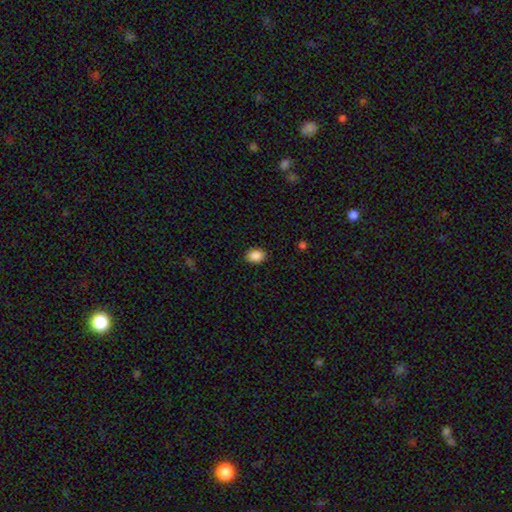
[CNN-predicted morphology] A smooth galaxy with no disk features (89%) that is in between round and cigar-shaped (73%). Merging: none (88%).